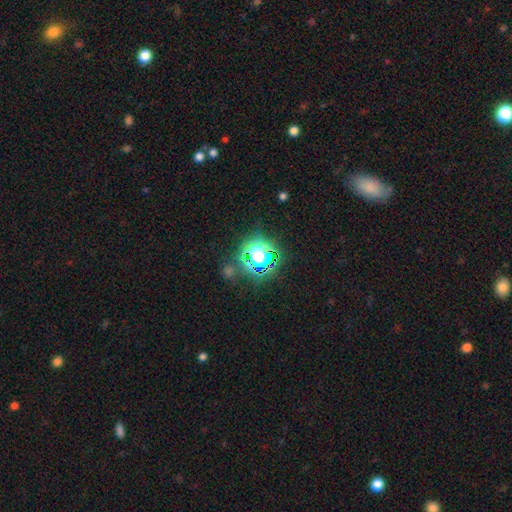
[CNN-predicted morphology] smooth-or-featured: star or artifact: 76% | smooth: 16% | featured or disk: 8%